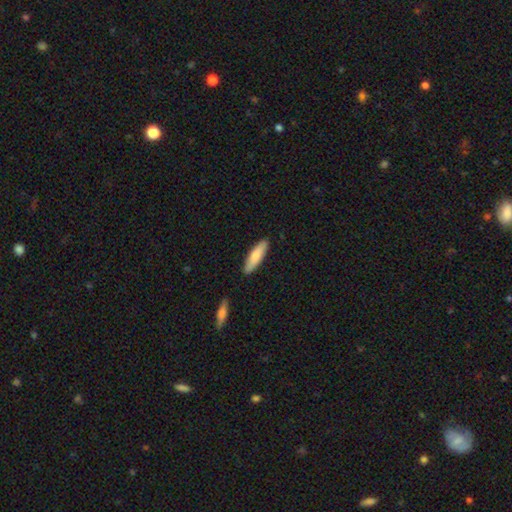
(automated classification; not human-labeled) Overall: smooth (80%). How rounded: cigar-shaped (63%; in between 35%). Merging: none (88%).